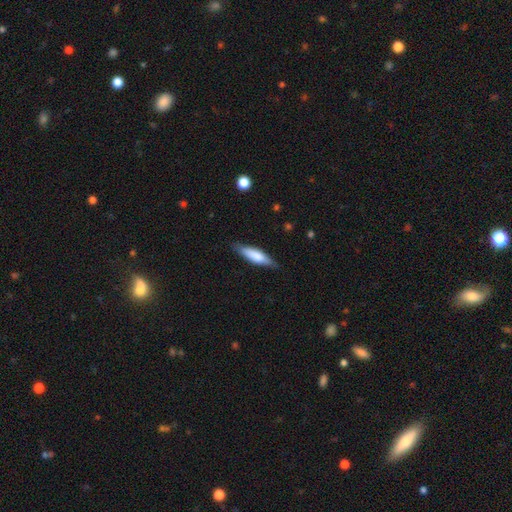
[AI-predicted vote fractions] This is likely a smooth galaxy (68%). How rounded: likely cigar-shaped (66%). Merging: clearly none (83%).